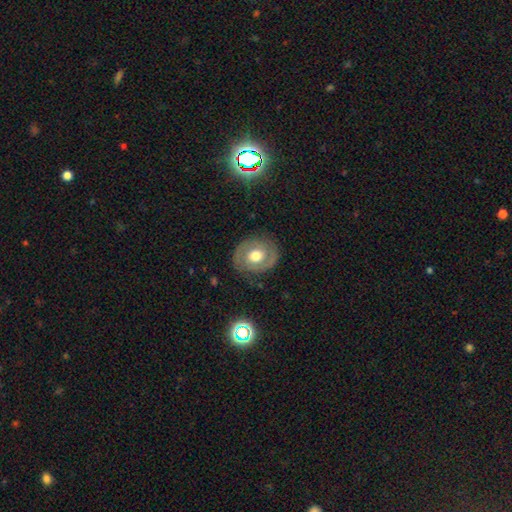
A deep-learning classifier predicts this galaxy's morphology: smooth-or-featured: featured or disk: 62% | smooth: 30% | star or artifact: 7%
  disk-edge-on: no: 97% | yes: 3%
    bar: no: 71% | weak: 23% | strong: 6%
    has-spiral-arms: yes: 67% | no: 33%
    bulge-size: moderate: 67% | large: 24% | small: 6% | dominant: 2% | none: 1%
  merging: none: 82% | minor disturbance: 12% | major disturbance: 5% | merger: 1%